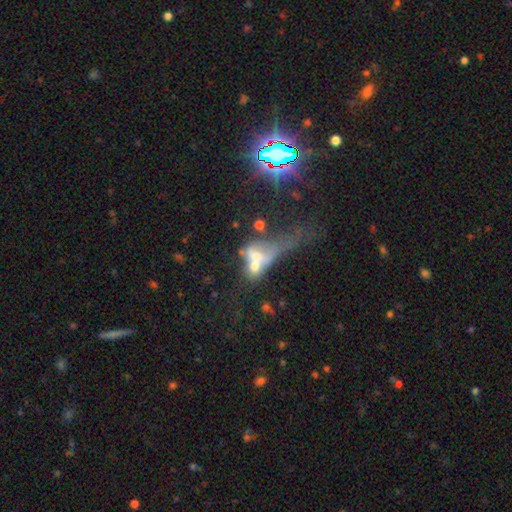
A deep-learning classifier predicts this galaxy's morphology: This appears to be a smooth galaxy with no disk features (46%). Merging: merger (60%).